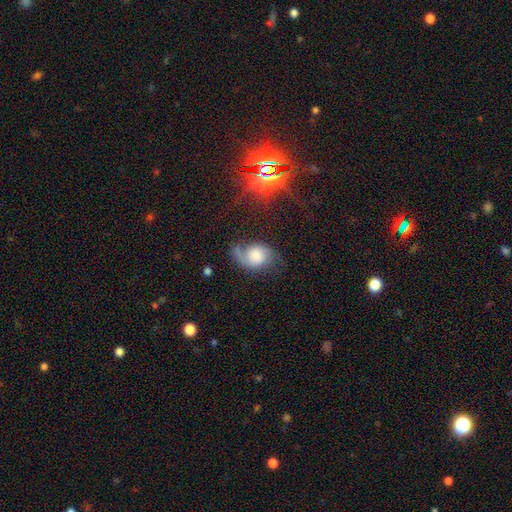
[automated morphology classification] A featured or disk galaxy (59%) with no bar (68%), 2 (52%) loose (44%) spiral arms (90%) and a moderate central bulge (29%). Merging: none (43%).